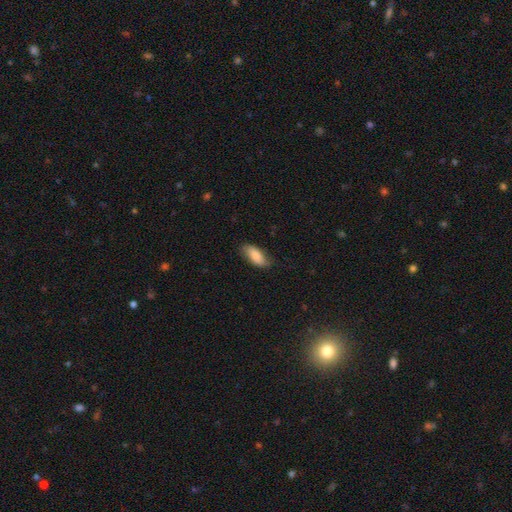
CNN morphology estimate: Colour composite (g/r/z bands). It shows a smooth galaxy with no disk features (82%) that is in between round and cigar-shaped (84%). Merging: none (74%).